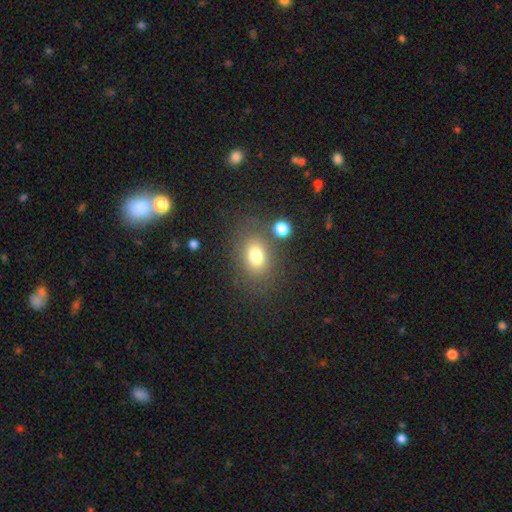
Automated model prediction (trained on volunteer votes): Smooth or featured? Predicted: smooth (p=0.76). How rounded? Predicted: in between (p=0.66). Merging? Predicted: none (p=0.71).